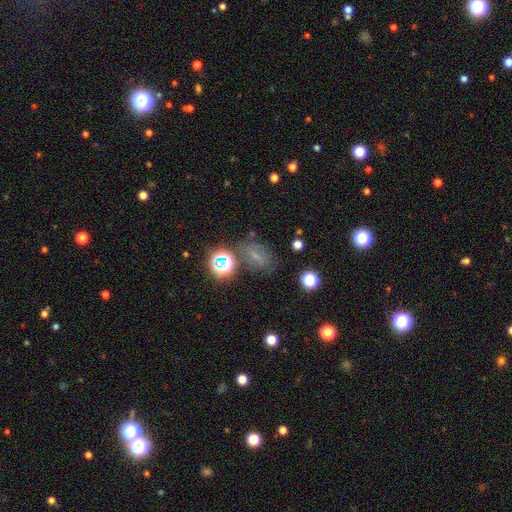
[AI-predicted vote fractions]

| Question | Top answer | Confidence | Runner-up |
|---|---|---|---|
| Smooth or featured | star or artifact | 43% | smooth (38%) |